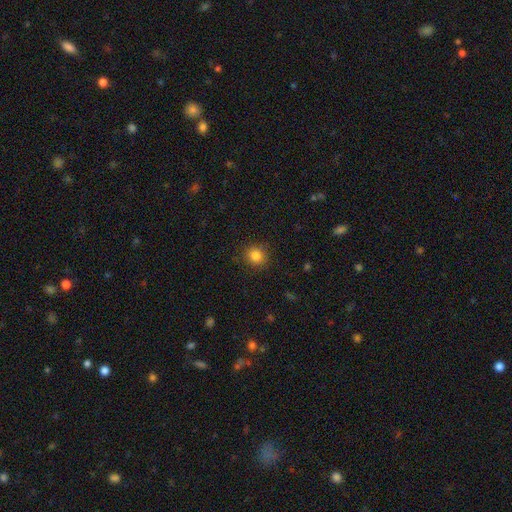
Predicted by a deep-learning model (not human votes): Smooth or featured?
  - smooth: 84% *
  - star or artifact: 11%
  - featured or disk: 5%
How rounded?
  - round: 88% *
  - in between: 11%
  - cigar-shaped: 1%
Merging?
  - none: 88% *
  - minor disturbance: 8%
  - major disturbance: 3%
  - merger: 1%